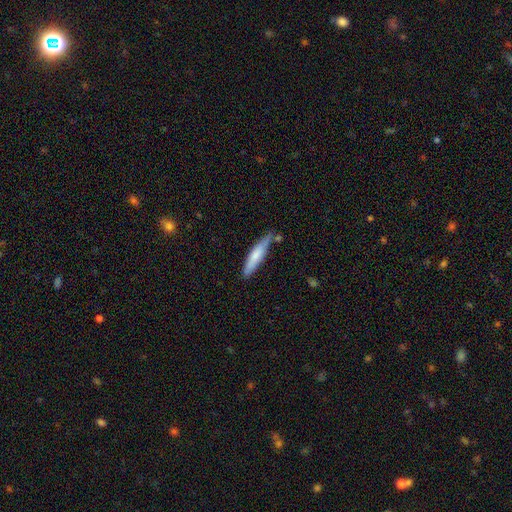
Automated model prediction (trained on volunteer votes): Morphology: type=smooth (68%); roundness=cigar-shaped (83%); merging=none (69%).